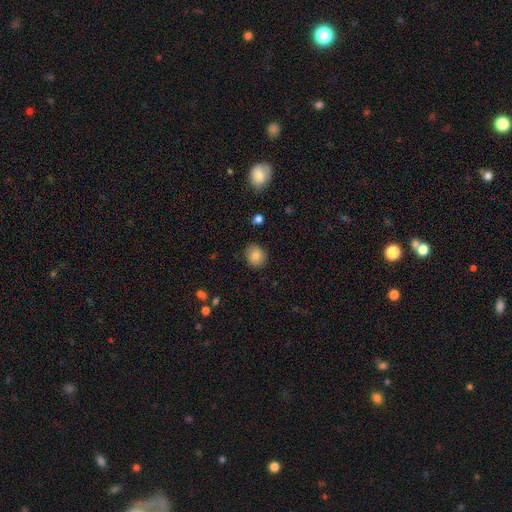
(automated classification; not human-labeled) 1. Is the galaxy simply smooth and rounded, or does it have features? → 84% smooth, 9% star or artifact, 7% featured or disk.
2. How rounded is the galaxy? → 72% round, 27% in between, 1% cigar-shaped.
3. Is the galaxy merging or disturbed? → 85% none, 12% minor disturbance, 3% major disturbance, 1% merger.